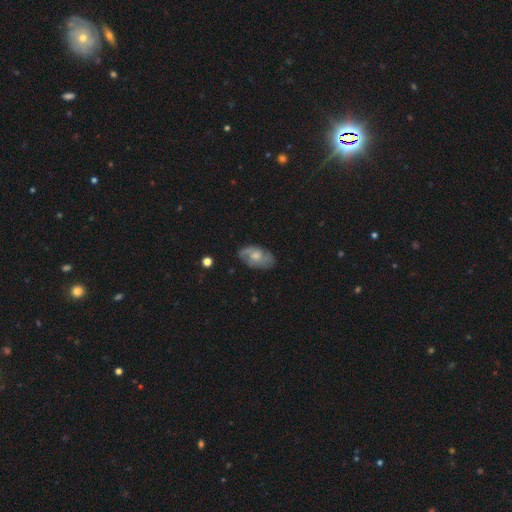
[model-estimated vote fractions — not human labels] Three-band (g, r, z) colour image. It shows a featured or disk galaxy (61%) with no bar (70%), spiral arms (81%) and a moderate central bulge (53%). Merging: none (71%).